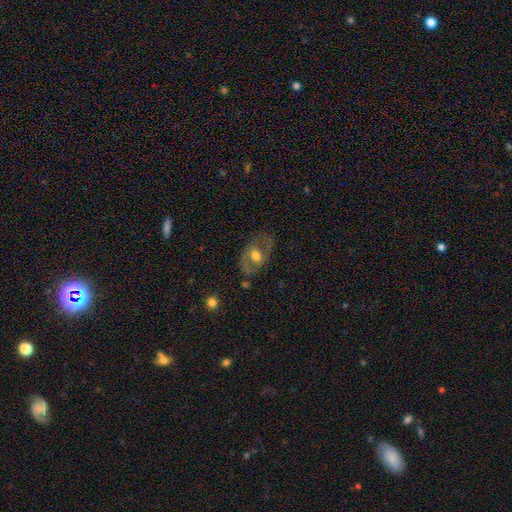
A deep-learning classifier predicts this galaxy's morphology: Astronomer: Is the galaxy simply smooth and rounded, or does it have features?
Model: featured or disk — 52% (runner-up: smooth, 41%).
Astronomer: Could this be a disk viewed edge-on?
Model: no — 90%.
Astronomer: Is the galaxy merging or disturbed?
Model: none — 66%.